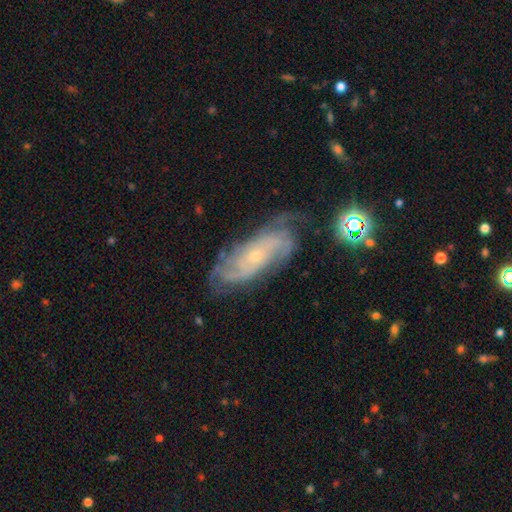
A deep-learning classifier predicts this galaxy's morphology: Smooth or featured? featured or disk (81%)
Edge-on disk? no (91%)
Bar? no (72%)
Spiral arms? yes (93%)
Spiral winding? tight (59%)
Spiral arm count? can't tell (41%)
Bulge size? small (76%)
Merging? none (66%)